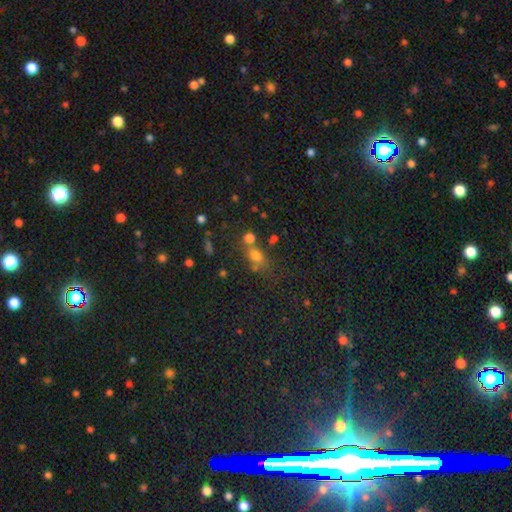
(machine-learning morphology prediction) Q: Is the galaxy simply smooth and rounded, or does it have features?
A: smooth — 66%.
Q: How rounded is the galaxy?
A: in between — 53%.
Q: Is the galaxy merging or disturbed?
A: none — 51%.